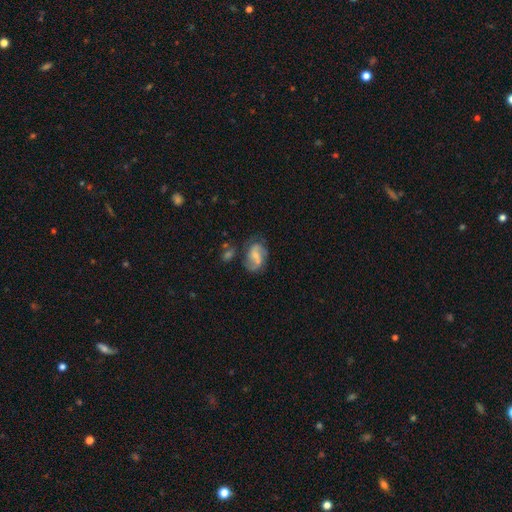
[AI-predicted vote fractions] This is likely a featured or disk galaxy (65%). It is clearly not viewed edge-on (97%). Bar: marginally no (44%, tied with weak). Spiral arm pattern: clearly yes (85%). Spiral arm count: likely 2 (78%). Spiral winding: possibly medium (46%). Central bulge: possibly small (49%). Merging: possibly none (50%).